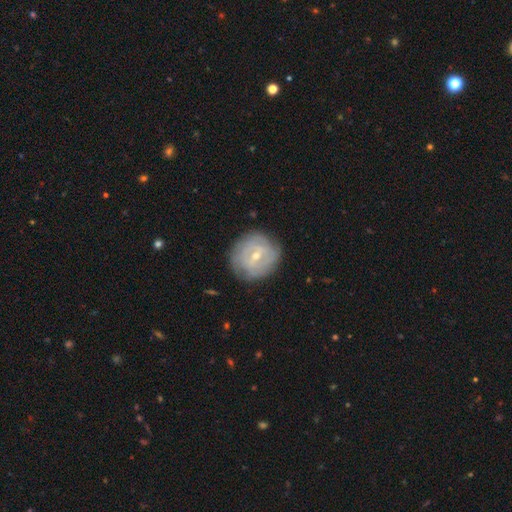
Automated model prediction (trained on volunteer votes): Smooth or featured? Predicted: featured or disk (p=0.69). Edge-on disk? Predicted: no (p=0.96). Bar? Predicted: weak (p=0.54). Spiral arms? Predicted: yes (p=0.73). Bulge size? Predicted: small (p=0.62). Merging? Predicted: none (p=0.81).